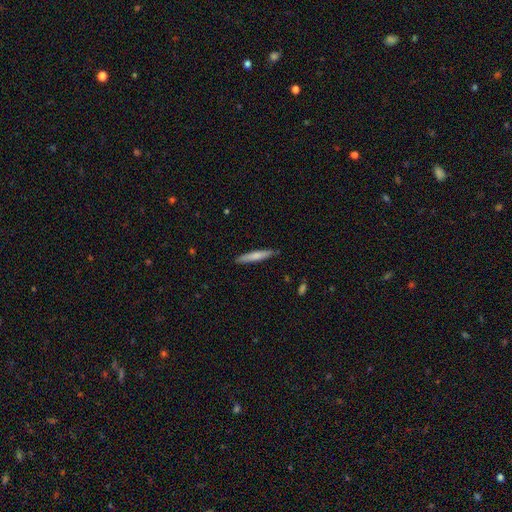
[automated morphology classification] This is likely a smooth galaxy (71%). How rounded: clearly cigar-shaped (93%). Merging: clearly none (89%).